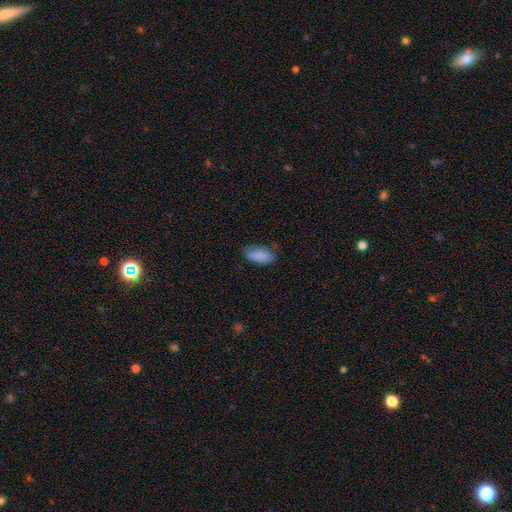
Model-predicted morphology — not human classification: Overall: smooth (85%). How rounded: in between (82%). Merging: none (70%).